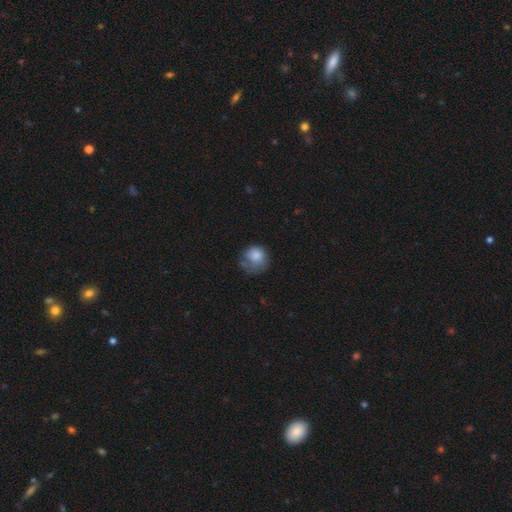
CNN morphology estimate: smooth 75%, featured or disk 17%, star or artifact 8%. Down the decision tree: how rounded — round (78%); merging — none (40%).